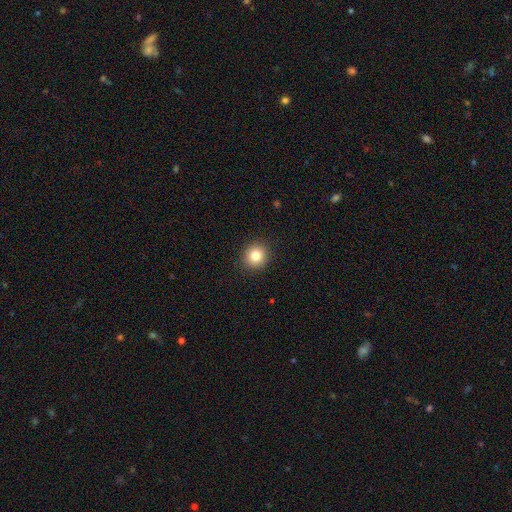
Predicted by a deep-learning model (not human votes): Overall: smooth (82%). How rounded: round (88%). Merging: none (91%).